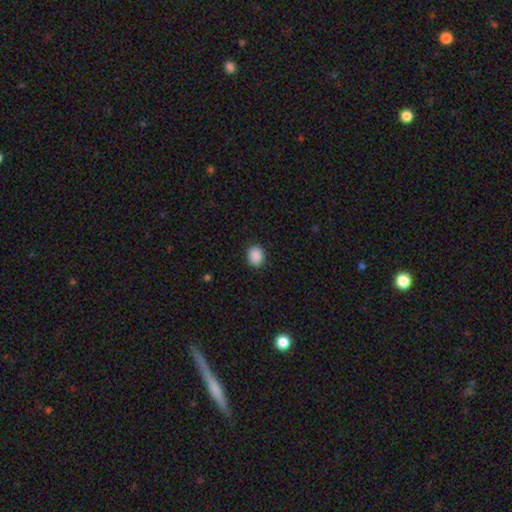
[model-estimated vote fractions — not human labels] smooth_or_featured: smooth (p=0.89) [alt: star or artifact p=0.08]
how_rounded: round (p=0.55) [alt: in between p=0.44]
merging: none (p=0.89) [alt: minor disturbance p=0.08]